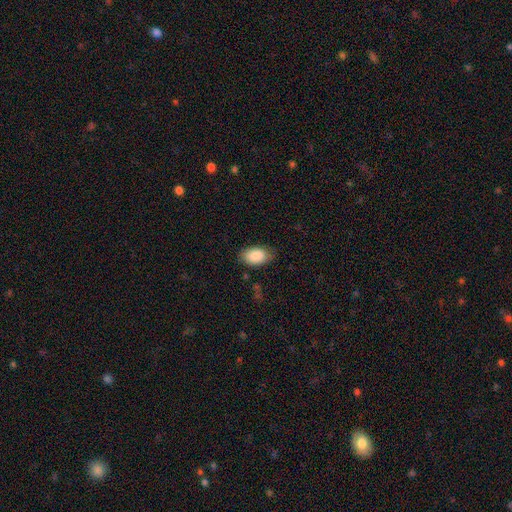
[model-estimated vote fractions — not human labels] Smooth or featured? smooth (88%)
How rounded? in between (92%)
Merging? none (78%)